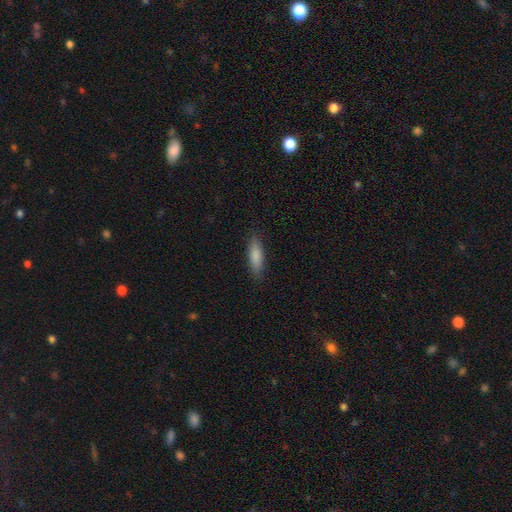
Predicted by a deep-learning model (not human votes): This is clearly a smooth galaxy (86%). How rounded: possibly in between (53%). Merging: clearly none (86%).